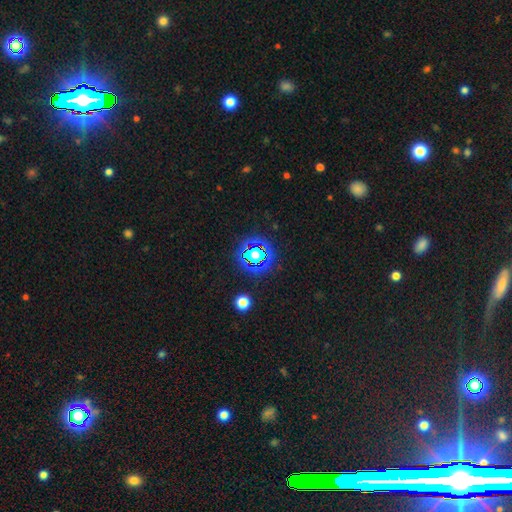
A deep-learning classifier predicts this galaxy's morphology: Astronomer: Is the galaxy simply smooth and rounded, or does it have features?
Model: star or artifact — 62%.